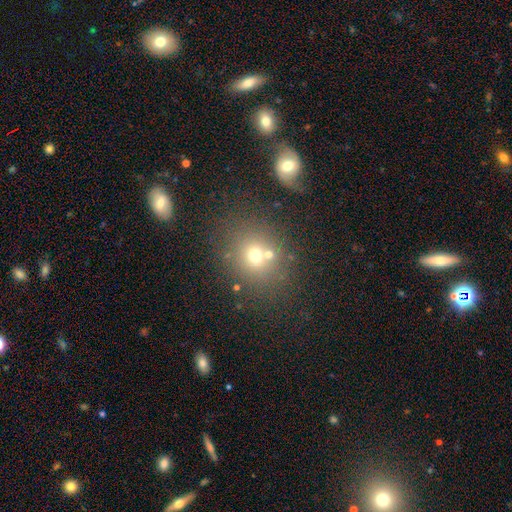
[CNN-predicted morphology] type=smooth (65%); roundness=round (75%); merging=none (60%).